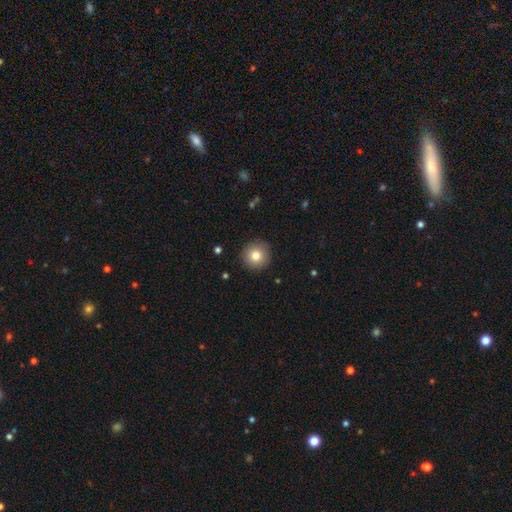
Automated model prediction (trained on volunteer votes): smooth-or-featured: smooth: 81% | star or artifact: 10% | featured or disk: 9%
  how-rounded: round: 95% | in between: 4% | cigar-shaped: 1%
  merging: none: 90% | minor disturbance: 7% | major disturbance: 2% | merger: 1%